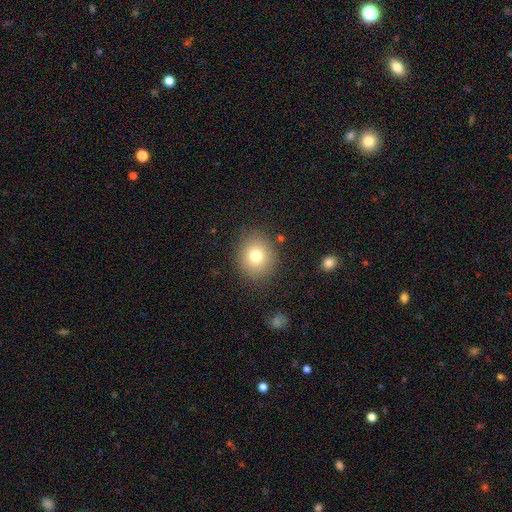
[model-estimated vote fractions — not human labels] Morphology: type=smooth (77%); roundness=round (78%); merging=none (85%).